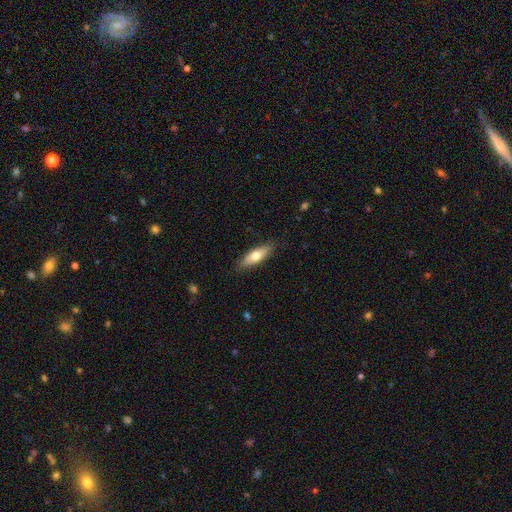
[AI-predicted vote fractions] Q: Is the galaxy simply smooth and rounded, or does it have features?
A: smooth — 63%.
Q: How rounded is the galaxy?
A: in between — 50%.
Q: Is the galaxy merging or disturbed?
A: none — 87%.